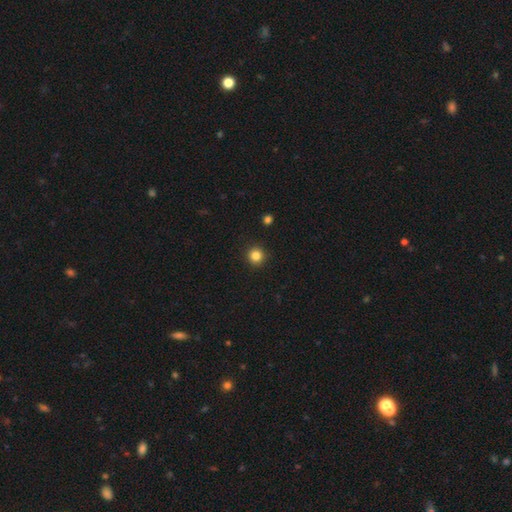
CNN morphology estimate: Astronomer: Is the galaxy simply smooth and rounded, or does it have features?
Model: smooth — 84%.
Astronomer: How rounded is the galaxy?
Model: round — 95%.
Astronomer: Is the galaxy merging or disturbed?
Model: none — 93%.